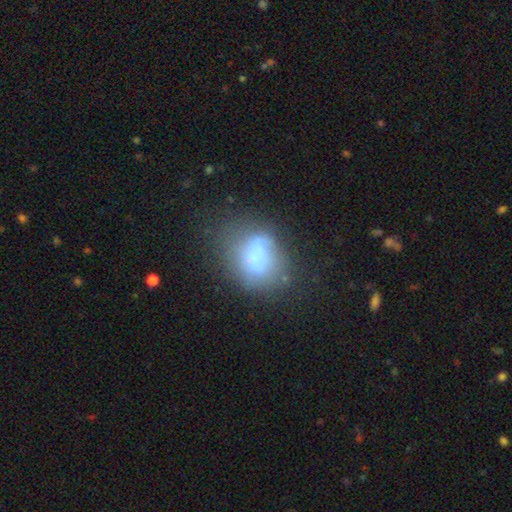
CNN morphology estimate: smooth-or-featured: smooth: 60% | featured or disk: 28% | star or artifact: 12%
  how-rounded: in between: 59% | round: 39% | cigar-shaped: 2%
  merging: none: 39% | minor disturbance: 27% | major disturbance: 23% | merger: 11%